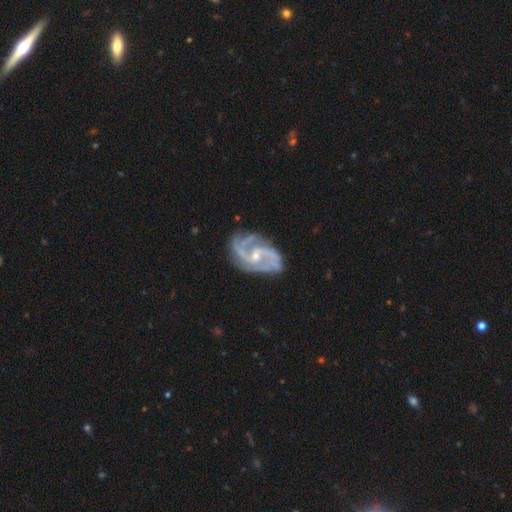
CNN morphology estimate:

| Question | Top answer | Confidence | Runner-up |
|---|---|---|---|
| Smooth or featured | featured or disk | 92% | star or artifact (4%) |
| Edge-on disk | no | 98% | yes (2%) |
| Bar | weak | 45% | no (40%) |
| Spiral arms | yes | 98% | no (2%) |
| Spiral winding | medium | 55% | tight (26%) |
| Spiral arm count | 2 | 53% | 3 (26%) |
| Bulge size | small | 58% | moderate (38%) |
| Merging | none | 70% | minor disturbance (20%) |